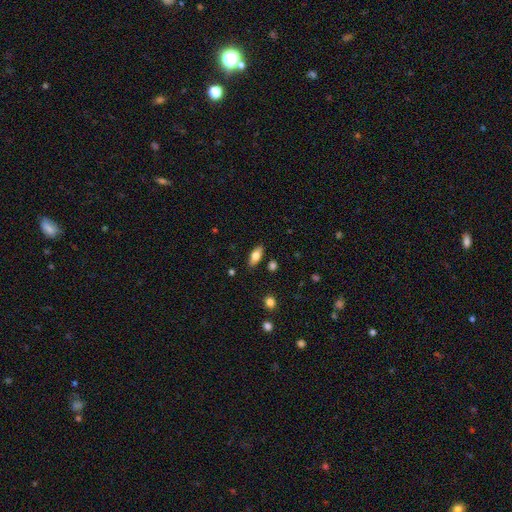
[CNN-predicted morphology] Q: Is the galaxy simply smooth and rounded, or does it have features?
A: smooth — 72%.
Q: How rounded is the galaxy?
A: in between — 83%.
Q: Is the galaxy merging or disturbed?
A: none — 85%.